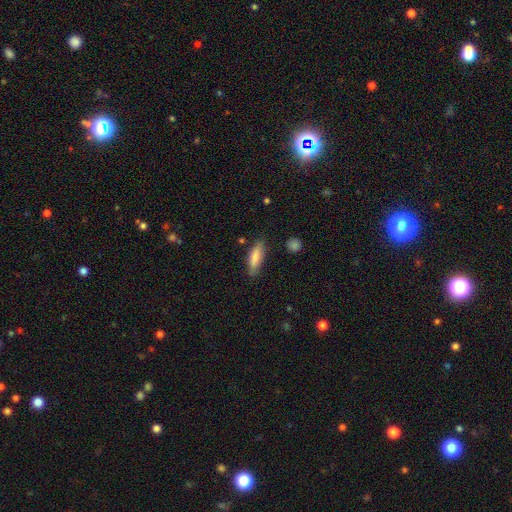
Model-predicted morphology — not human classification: Smooth or featured?
  - smooth: 80% *
  - featured or disk: 14%
  - star or artifact: 6%
How rounded?
  - cigar-shaped: 56% *
  - in between: 42%
  - round: 2%
Merging?
  - none: 79% *
  - minor disturbance: 15%
  - major disturbance: 3%
  - merger: 2%